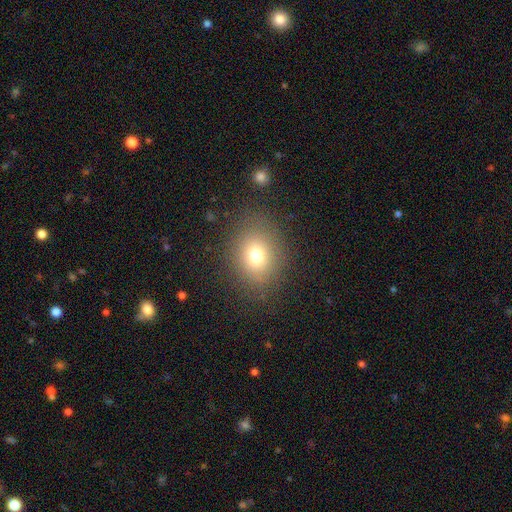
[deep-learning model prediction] smooth-or-featured: smooth: 72% | star or artifact: 16% | featured or disk: 12%
  how-rounded: round: 63% | in between: 36% | cigar-shaped: 1%
  merging: none: 84% | minor disturbance: 10% | major disturbance: 5% | merger: 1%